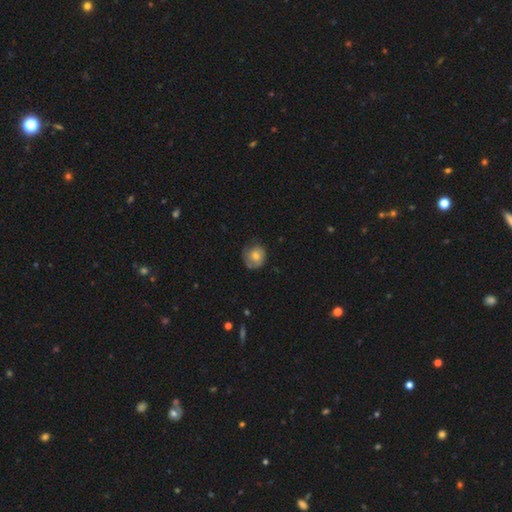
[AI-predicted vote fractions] smooth-or-featured: smooth: 66% | featured or disk: 26% | star or artifact: 8%
  how-rounded: round: 82% | in between: 17% | cigar-shaped: 1%
  merging: none: 61% | minor disturbance: 28% | major disturbance: 9% | merger: 2%